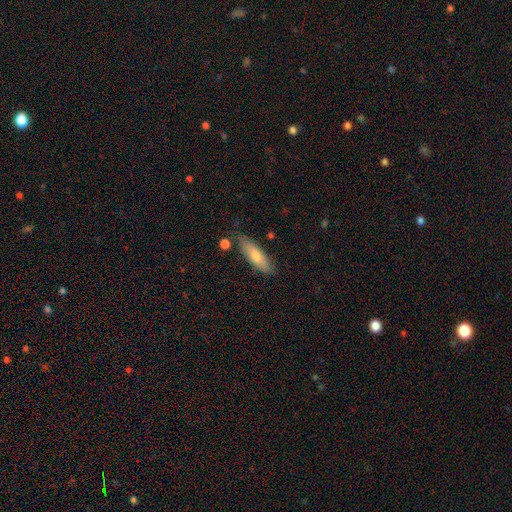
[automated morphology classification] This appears to be a smooth galaxy with no disk features (68%) that is cigar-shaped (57%). Merging: none (80%).